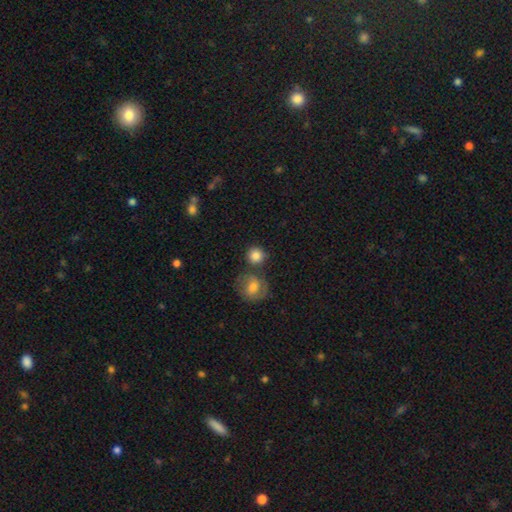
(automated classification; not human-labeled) Smooth or featured?
  - smooth: 85% *
  - star or artifact: 8%
  - featured or disk: 8%
How rounded?
  - round: 90% *
  - in between: 9%
  - cigar-shaped: 1%
Merging?
  - none: 67% *
  - merger: 19%
  - minor disturbance: 10%
  - major disturbance: 4%